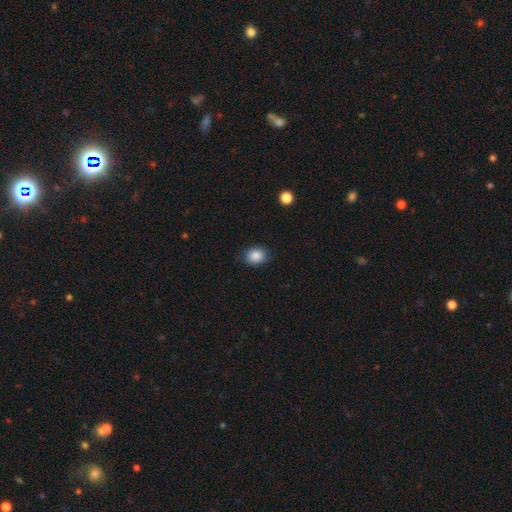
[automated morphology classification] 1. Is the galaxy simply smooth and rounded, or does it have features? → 87% smooth, 8% star or artifact, 4% featured or disk.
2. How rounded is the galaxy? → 50% in between, 49% round, 1% cigar-shaped.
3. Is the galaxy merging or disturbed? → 84% none, 12% minor disturbance, 3% major disturbance, 1% merger.